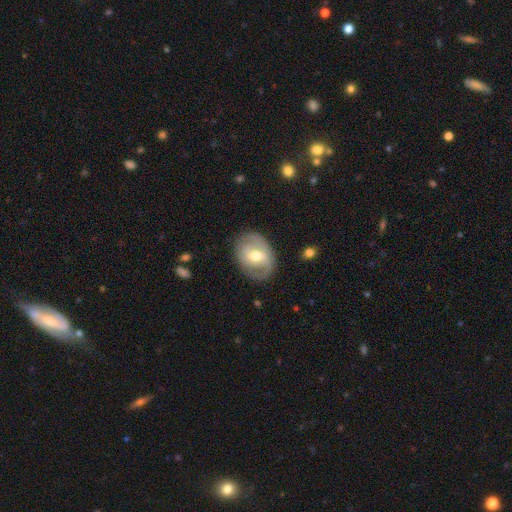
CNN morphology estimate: Smooth or featured?
  - featured or disk: 66% *
  - smooth: 28%
  - star or artifact: 6%
Edge-on disk?
  - no: 95% *
  - yes: 5%
Bar?
  - weak: 49% *
  - no: 30%
  - strong: 21%
Spiral arms?
  - yes: 74% *
  - no: 26%
Bulge size?
  - moderate: 73% *
  - small: 19%
  - large: 6%
  - none: 1%
  - dominant: 1%
Merging?
  - none: 76% *
  - minor disturbance: 17%
  - major disturbance: 6%
  - merger: 1%